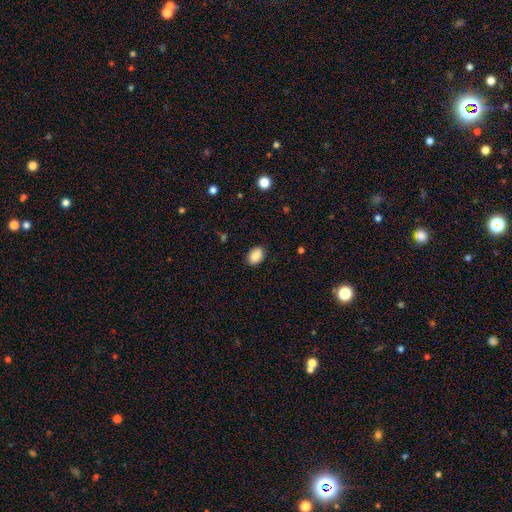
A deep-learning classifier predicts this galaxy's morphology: smooth_or_featured: smooth (p=0.87) [alt: star or artifact p=0.08]
how_rounded: in between (p=0.83) [alt: round p=0.16]
merging: none (p=0.86) [alt: minor disturbance p=0.11]